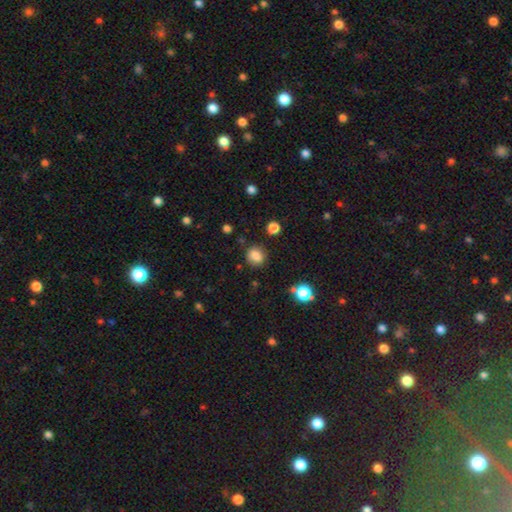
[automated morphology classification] This is clearly a smooth galaxy (82%). How rounded: likely round (75%). Merging: clearly none (84%).